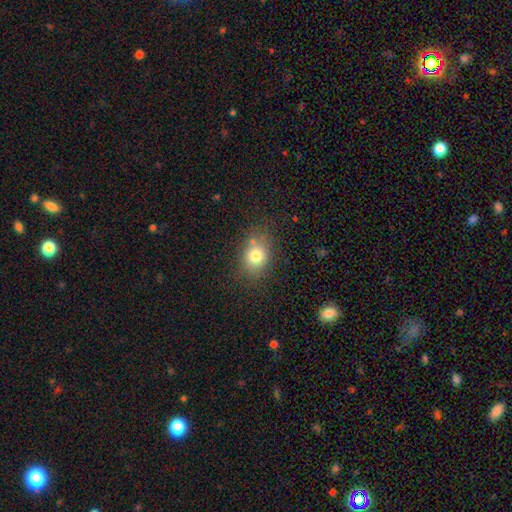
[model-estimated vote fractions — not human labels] A smooth galaxy with no disk features (78%) that is in between round and cigar-shaped (50%).

Vote fractions:
- Smooth or featured? smooth: 78% / star or artifact: 12% / featured or disk: 11%
- How rounded? in between: 50% / round: 48% / cigar-shaped: 1%
- Merging? none: 73% / minor disturbance: 16% / merger: 6% / major disturbance: 5%